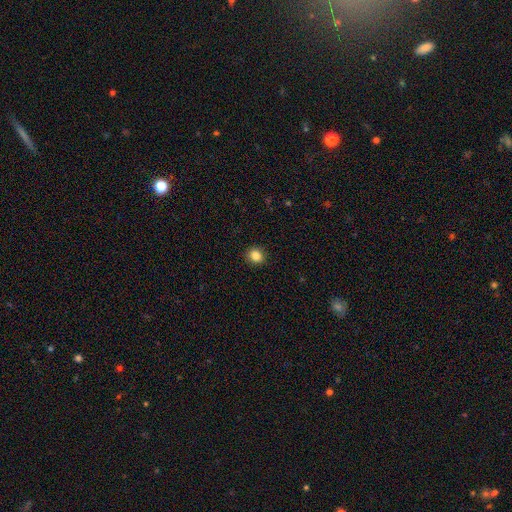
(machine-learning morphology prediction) smooth_or_featured: smooth (p=0.85) [alt: star or artifact p=0.11]
how_rounded: round (p=0.81) [alt: in between p=0.18]
merging: none (p=0.91) [alt: minor disturbance p=0.06]